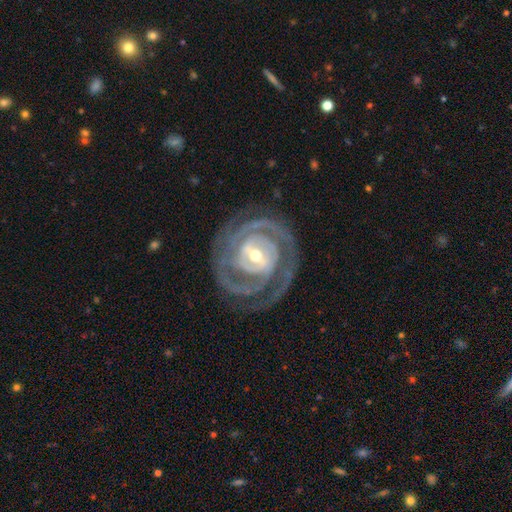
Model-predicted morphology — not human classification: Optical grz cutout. It shows a featured or disk galaxy (92%) with a strong bar (43%), 2 (52%) tight (74%) spiral arms (97%) and a moderate central bulge (55%). Merging: none (77%).